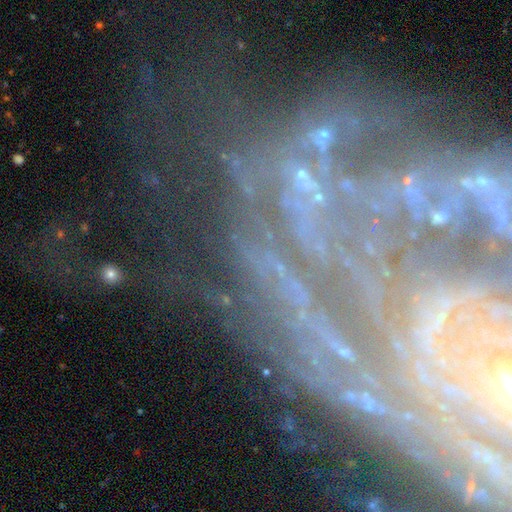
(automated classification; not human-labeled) Morphology: type=featured or disk (56%); edge-on=no (92%); bar=no (48%); spiral arms=yes (89%); bulge=small (57%); merging=none (64%).